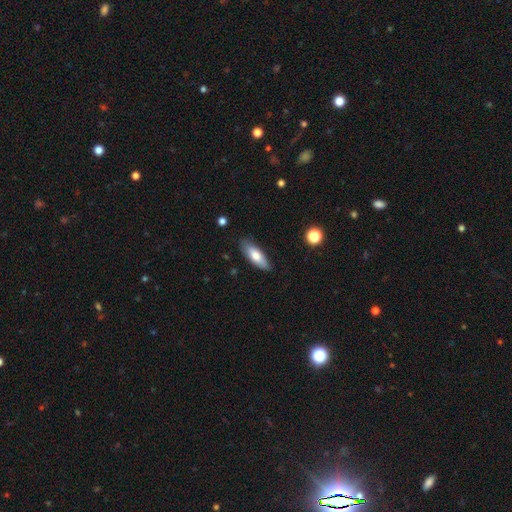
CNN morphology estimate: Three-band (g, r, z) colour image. It shows a smooth galaxy with no disk features (74%) that is in between round and cigar-shaped (66%). Merging: none (85%).